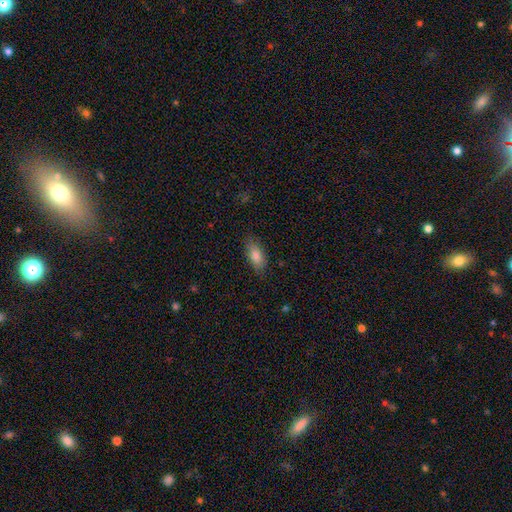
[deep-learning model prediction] A smooth galaxy with no disk features (83%) that is in between round and cigar-shaped (86%).

Vote fractions:
- Smooth or featured? smooth: 83% / featured or disk: 10% / star or artifact: 7%
- How rounded? in between: 86% / cigar-shaped: 11% / round: 3%
- Merging? none: 82% / minor disturbance: 14% / major disturbance: 3% / merger: 1%